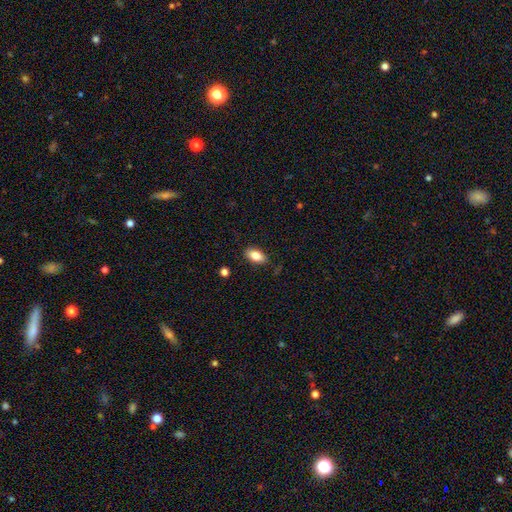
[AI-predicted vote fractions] smooth-or-featured: smooth: 81% | featured or disk: 12% | star or artifact: 7%
  how-rounded: in between: 90% | cigar-shaped: 5% | round: 4%
  merging: none: 86% | minor disturbance: 11% | major disturbance: 2% | merger: 1%